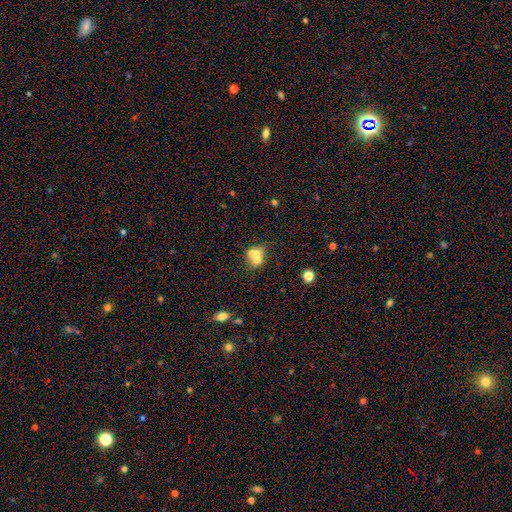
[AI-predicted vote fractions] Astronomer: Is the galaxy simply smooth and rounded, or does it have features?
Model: smooth — 59%.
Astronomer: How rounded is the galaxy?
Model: round — 67%.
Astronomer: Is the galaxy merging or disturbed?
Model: merger — 58%.